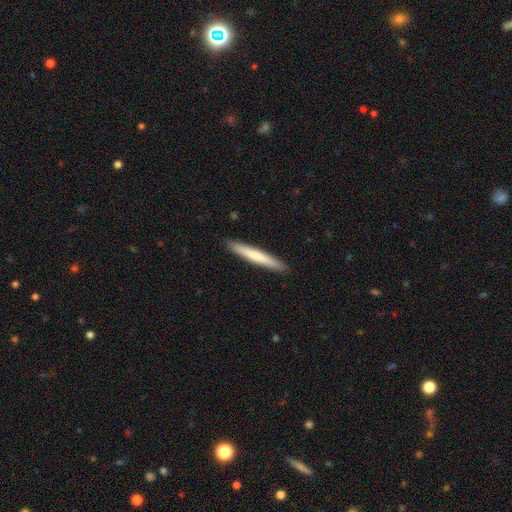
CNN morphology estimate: This appears to be a smooth galaxy with no disk features (69%) that is cigar-shaped (96%). Merging: none (91%).